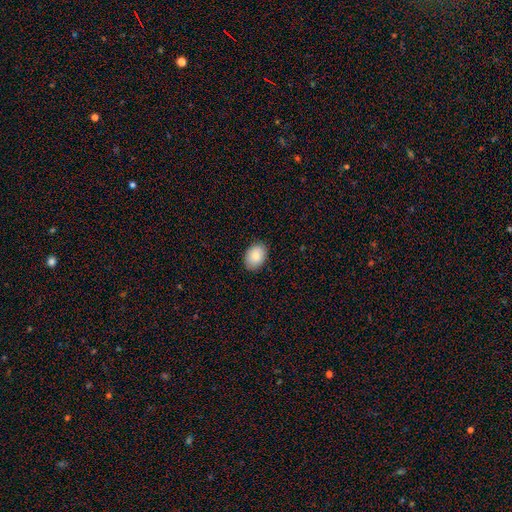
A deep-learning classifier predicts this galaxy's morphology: Smooth or featured: smooth — 85% (featured or disk — 8%)
How rounded: in between — 77% (round — 22%)
Merging: none — 88% (minor disturbance — 9%)